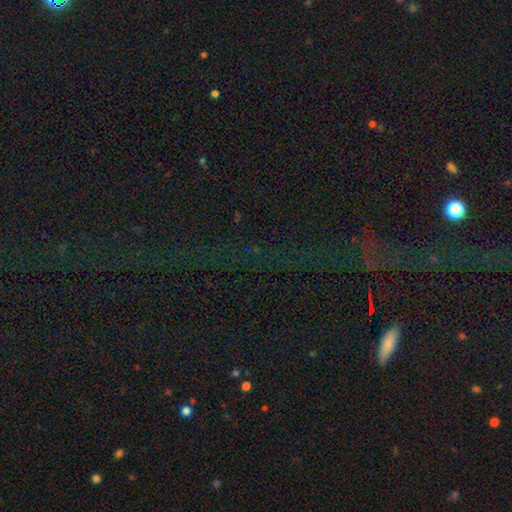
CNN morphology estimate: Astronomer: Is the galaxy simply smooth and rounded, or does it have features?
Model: star or artifact — 70%.